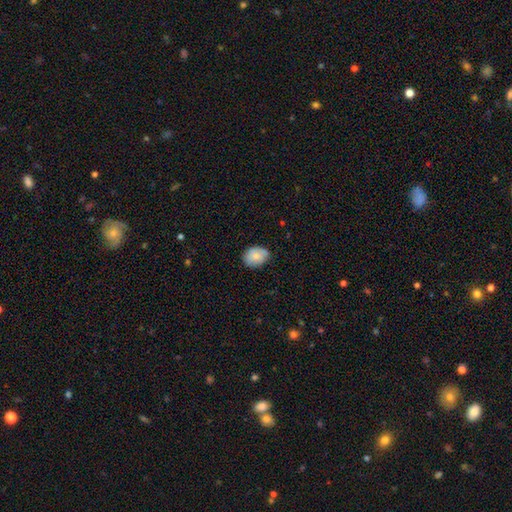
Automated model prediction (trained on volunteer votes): Smooth or featured? Predicted: smooth (p=0.81). How rounded? Predicted: in between (p=0.66). Merging? Predicted: none (p=0.75).